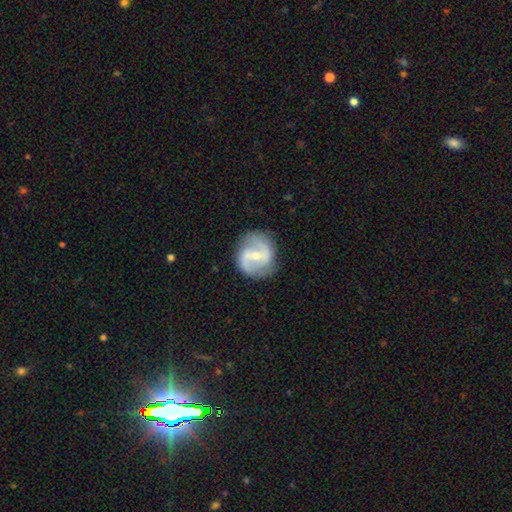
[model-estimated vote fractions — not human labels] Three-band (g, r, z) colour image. It shows a featured or disk galaxy (82%) with a weak bar (49%), 2 (90%) medium (50%) spiral arms (93%) and a small central bulge (54%). Merging: none (81%).